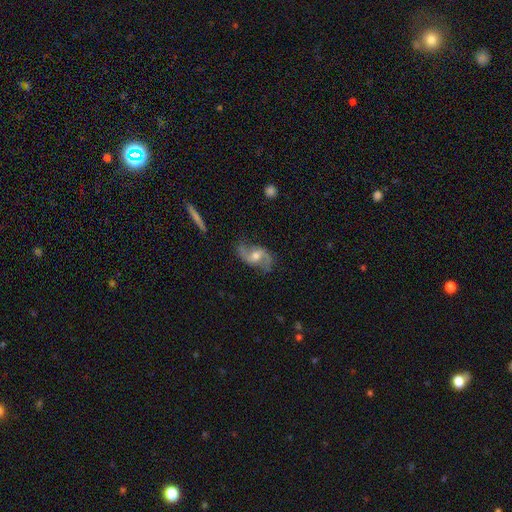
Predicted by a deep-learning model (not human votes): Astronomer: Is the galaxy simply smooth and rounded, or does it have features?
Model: featured or disk — 88%.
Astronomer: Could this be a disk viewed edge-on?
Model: no — 96%.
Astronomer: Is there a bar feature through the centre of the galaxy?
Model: no — 44% (runner-up: weak, 42%).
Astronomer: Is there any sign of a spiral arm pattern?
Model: yes — 96%.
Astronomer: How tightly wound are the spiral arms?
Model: loose — 62%.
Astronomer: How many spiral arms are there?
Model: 2 — 93%.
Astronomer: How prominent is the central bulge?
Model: moderate — 67%.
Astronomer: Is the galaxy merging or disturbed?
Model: none — 78%.